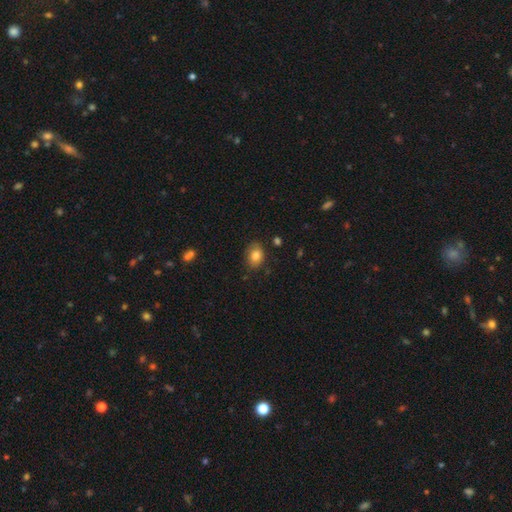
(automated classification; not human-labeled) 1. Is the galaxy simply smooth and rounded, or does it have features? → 82% smooth, 10% featured or disk, 9% star or artifact.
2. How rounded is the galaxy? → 71% in between, 28% round, 1% cigar-shaped.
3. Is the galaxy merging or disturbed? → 79% none, 16% minor disturbance, 3% major disturbance, 2% merger.